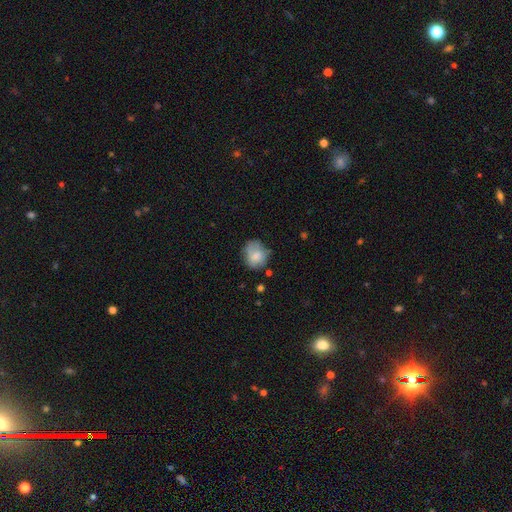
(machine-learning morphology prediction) This is likely a smooth galaxy (75%). How rounded: likely round (62%). Merging: possibly none (54%).